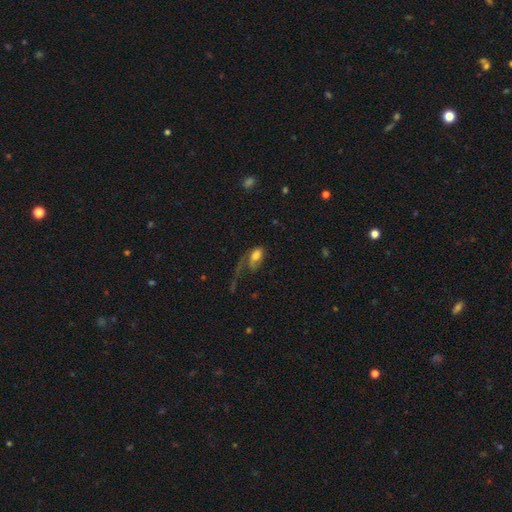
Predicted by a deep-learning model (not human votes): A smooth galaxy with no disk features (59%) that is in between round and cigar-shaped (87%).

Vote fractions:
- Smooth or featured? smooth: 59% / featured or disk: 31% / star or artifact: 10%
- How rounded? in between: 87% / round: 7% / cigar-shaped: 5%
- Merging? major disturbance: 58% / none: 21% / minor disturbance: 15% / merger: 6%